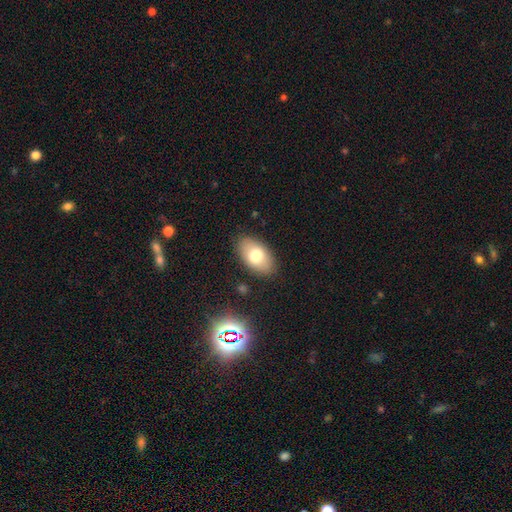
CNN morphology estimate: Smooth or featured: smooth — 73% (featured or disk — 19%)
How rounded: in between — 92% (round — 6%)
Merging: none — 86% (minor disturbance — 10%)